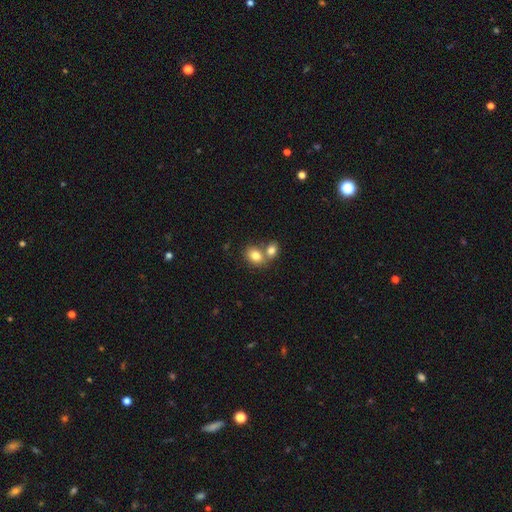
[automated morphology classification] Smooth or featured? smooth (80%)
How rounded? in between (58%)
Merging? merger (51%)